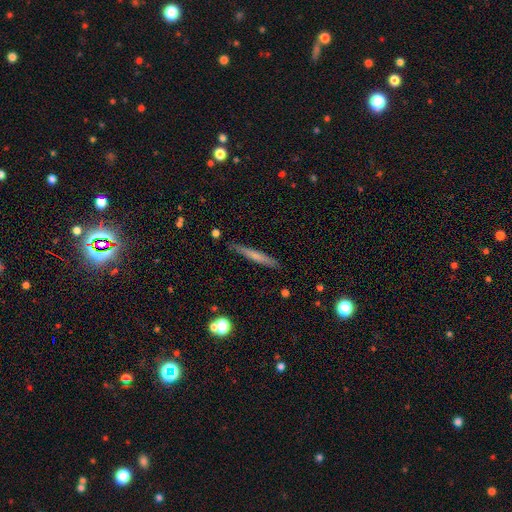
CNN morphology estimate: type=smooth (56%); roundness=cigar-shaped (95%); merging=none (87%).